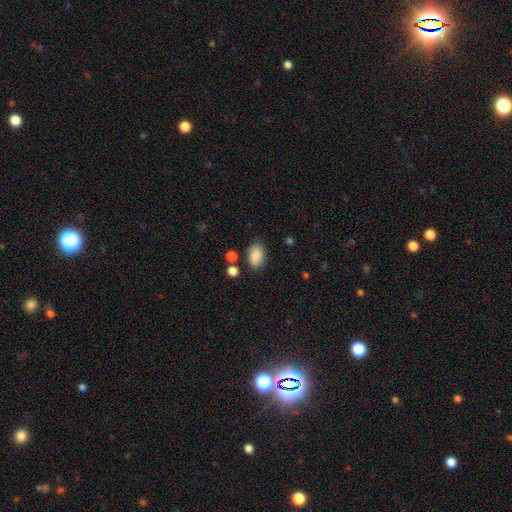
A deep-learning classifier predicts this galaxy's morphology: Overall: smooth (86%). How rounded: in between (88%). Merging: none (79%).